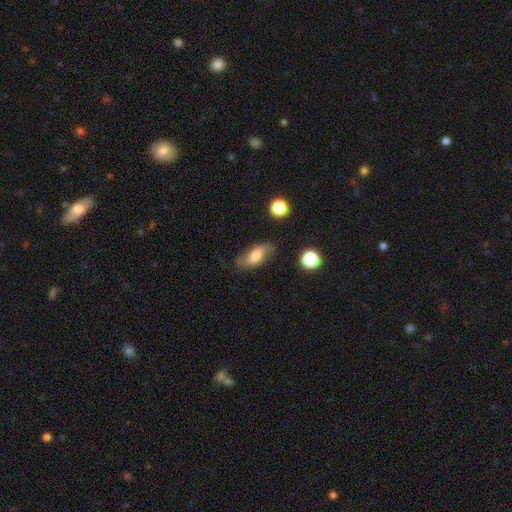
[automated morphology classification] Overall: smooth (49%; featured or disk 42%). Merging: none (71%).